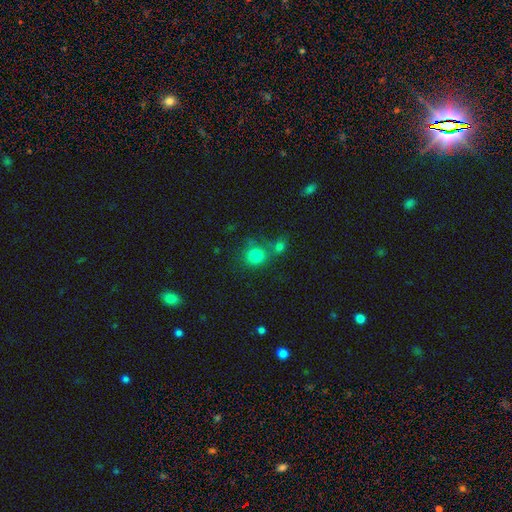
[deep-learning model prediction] This is clearly a smooth galaxy (80%). How rounded: clearly round (88%). Merging: possibly none (56%).